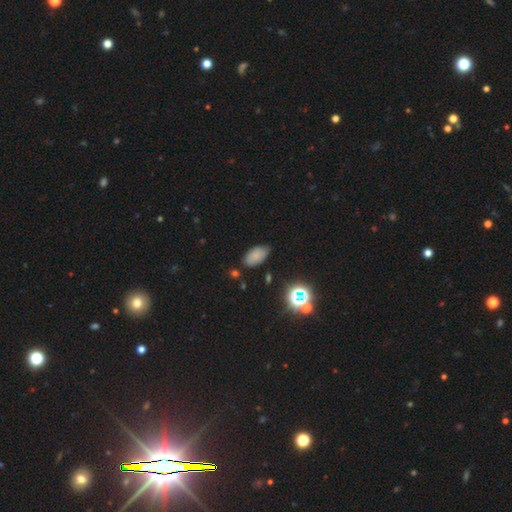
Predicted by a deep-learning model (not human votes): The model was most divided on "merging": none: 78%, minor disturbance: 16%, major disturbance: 3%, merger: 2%. More confident: how rounded — in between (94%); smooth or featured — smooth (79%).